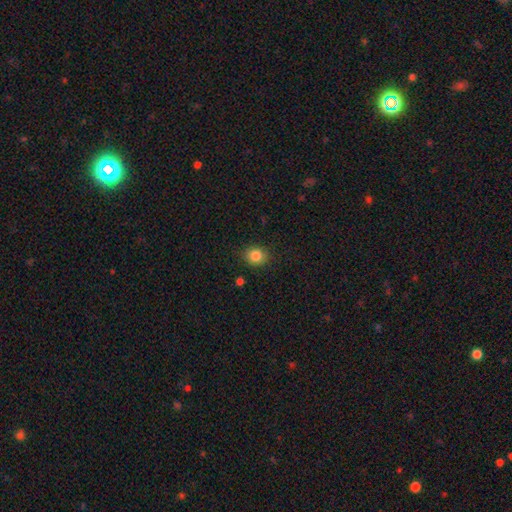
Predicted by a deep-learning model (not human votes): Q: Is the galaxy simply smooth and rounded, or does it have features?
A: smooth — 85%.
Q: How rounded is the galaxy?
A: round — 73%.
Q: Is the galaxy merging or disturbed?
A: none — 88%.